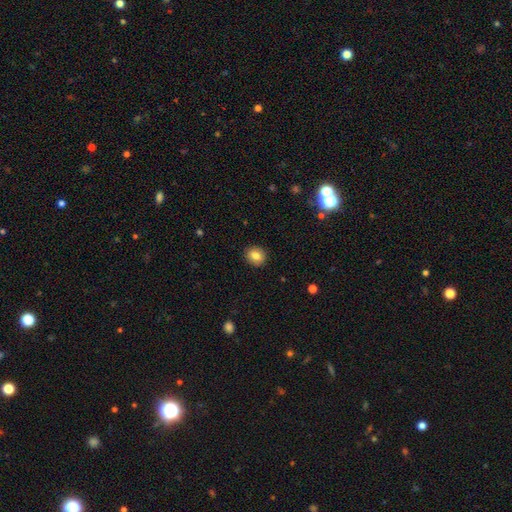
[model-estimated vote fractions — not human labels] smooth 82%, star or artifact 9%, featured or disk 9%. Down the decision tree: how rounded — round (74%); merging — none (90%).